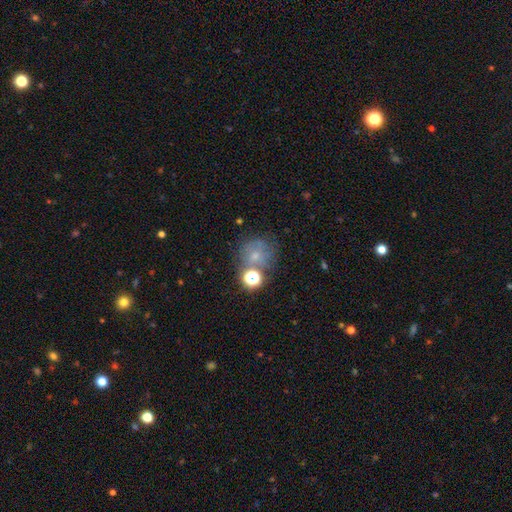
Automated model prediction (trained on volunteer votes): Q: Smooth or featured?
A: smooth (52%); runner-up: star or artifact (25%)
Q: How rounded?
A: round (80%); runner-up: in between (19%)
Q: Merging?
A: none (51%); runner-up: merger (21%)